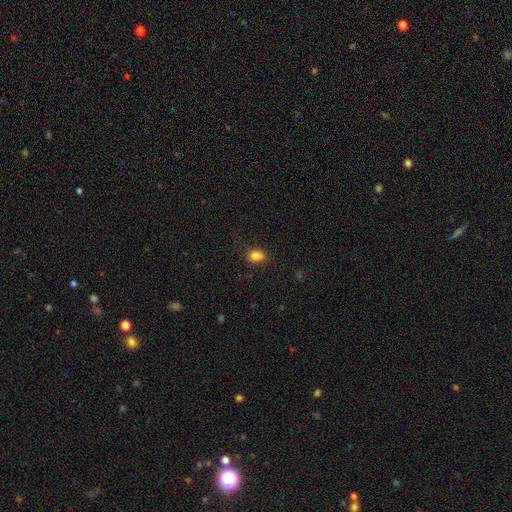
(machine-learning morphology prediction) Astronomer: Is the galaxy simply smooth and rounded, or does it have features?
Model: smooth — 84%.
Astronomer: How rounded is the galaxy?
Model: in between — 57% (runner-up: round, 41%).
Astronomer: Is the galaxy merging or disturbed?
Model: none — 73%.